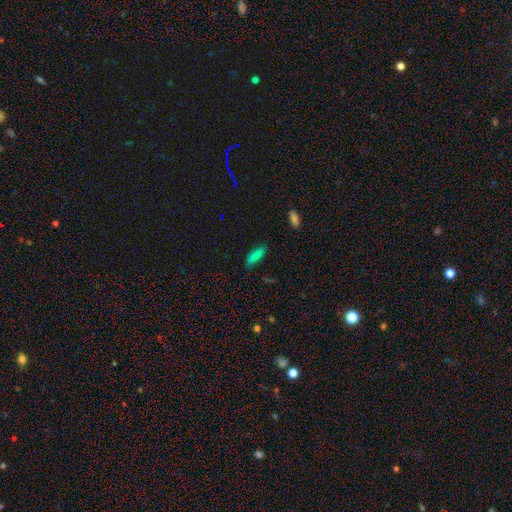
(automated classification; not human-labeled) Q: Smooth or featured?
A: smooth (83%); runner-up: star or artifact (10%)
Q: How rounded?
A: cigar-shaped (50%); runner-up: in between (48%)
Q: Merging?
A: none (80%); runner-up: minor disturbance (15%)